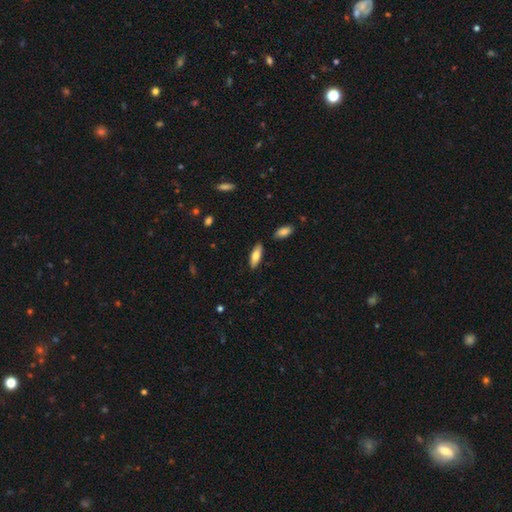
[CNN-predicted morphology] smooth-or-featured: smooth: 73% | featured or disk: 21% | star or artifact: 6%
  how-rounded: in between: 60% | cigar-shaped: 38% | round: 2%
  merging: none: 84% | minor disturbance: 10% | merger: 3% | major disturbance: 2%